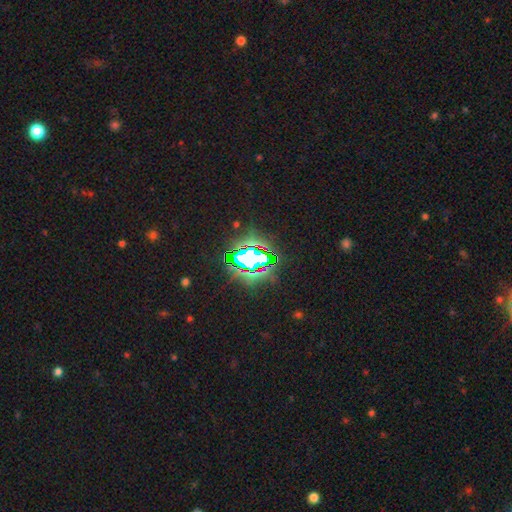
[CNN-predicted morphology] Smooth or featured?
  - star or artifact: 73% *
  - smooth: 16%
  - featured or disk: 12%